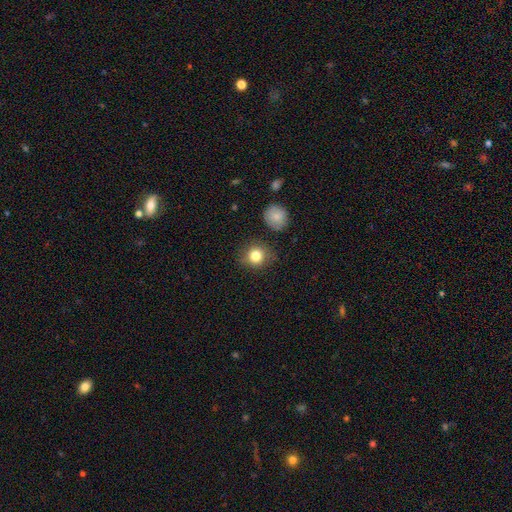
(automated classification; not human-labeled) A smooth galaxy with no disk features (82%) that is round (87%).

Vote fractions:
- Smooth or featured? smooth: 82% / star or artifact: 11% / featured or disk: 8%
- How rounded? round: 87% / in between: 12% / cigar-shaped: 1%
- Merging? none: 79% / minor disturbance: 15% / major disturbance: 4% / merger: 3%